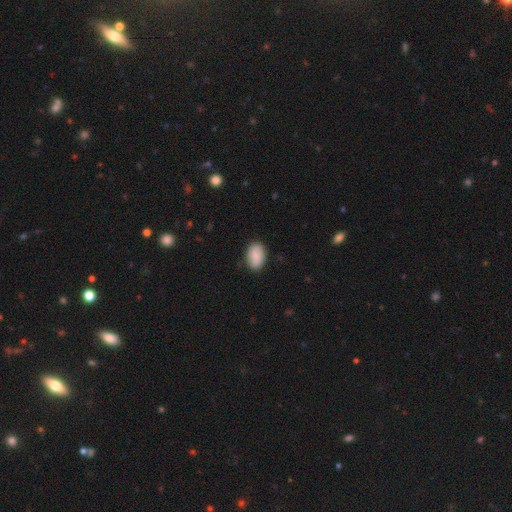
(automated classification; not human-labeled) Morphology: type=smooth (86%); roundness=in between (89%); merging=none (85%).